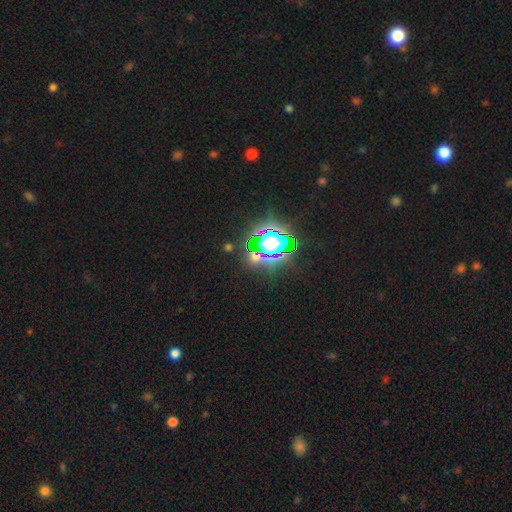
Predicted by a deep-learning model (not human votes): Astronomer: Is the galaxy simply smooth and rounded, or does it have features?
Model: star or artifact — 85%.